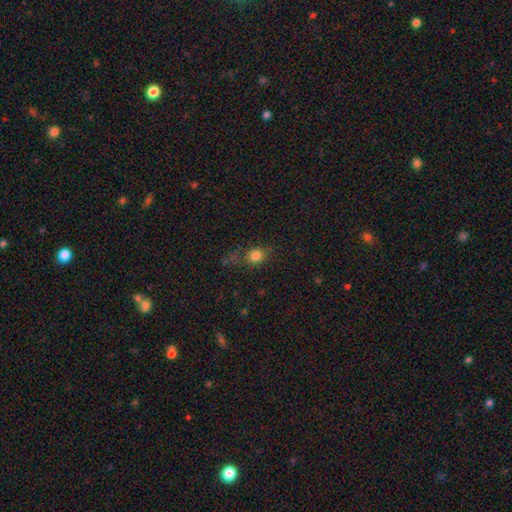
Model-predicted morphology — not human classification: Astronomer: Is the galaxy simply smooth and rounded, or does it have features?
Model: smooth — 78%.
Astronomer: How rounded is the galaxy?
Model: round — 63%.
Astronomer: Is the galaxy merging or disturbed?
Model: none — 63%.